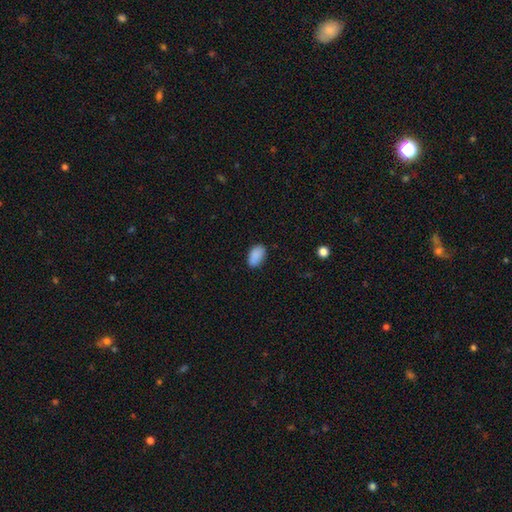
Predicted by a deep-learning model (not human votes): Morphology: type=smooth (89%); roundness=in between (93%); merging=none (84%).